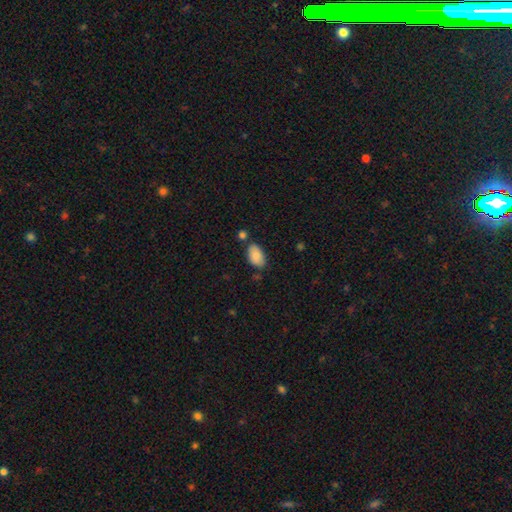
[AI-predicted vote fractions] A smooth galaxy with no disk features (86%) that is in between round and cigar-shaped (94%). Merging: none (71%).